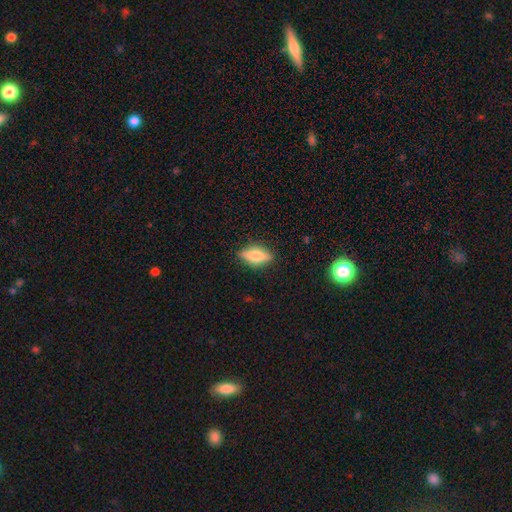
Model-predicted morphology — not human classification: smooth 58%, featured or disk 34%, star or artifact 8%. Down the decision tree: how rounded — in between (68%); merging — none (85%).